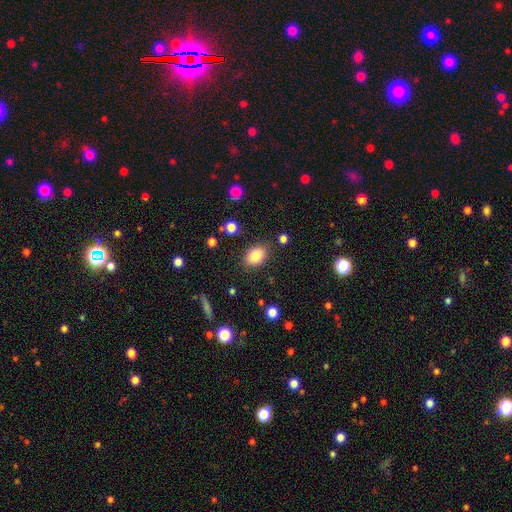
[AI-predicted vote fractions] Q: Smooth or featured?
A: smooth (82%); runner-up: star or artifact (10%)
Q: How rounded?
A: in between (76%); runner-up: round (22%)
Q: Merging?
A: none (81%); runner-up: minor disturbance (13%)